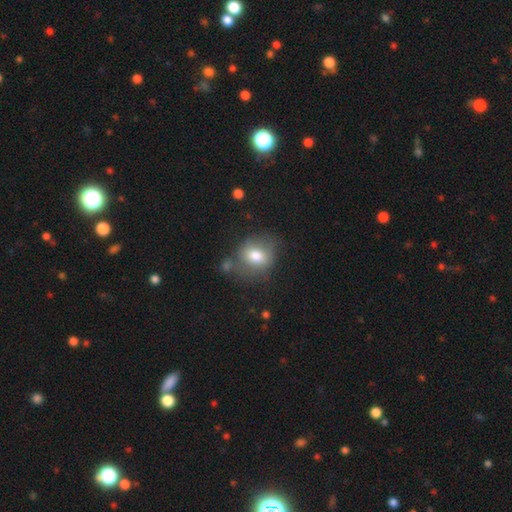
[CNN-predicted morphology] Smooth or featured: smooth — 75% (featured or disk — 16%)
How rounded: round — 59% (in between — 40%)
Merging: none — 58% (minor disturbance — 23%)